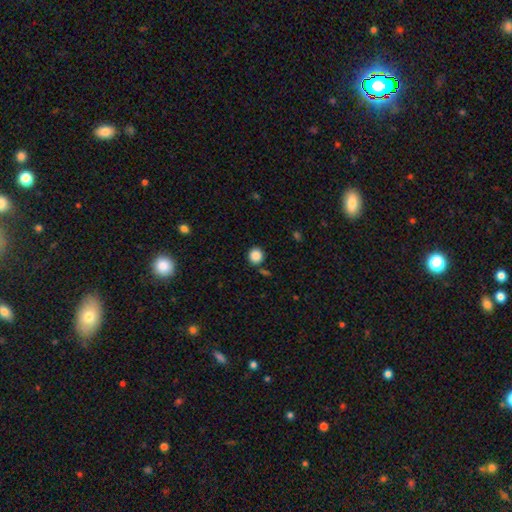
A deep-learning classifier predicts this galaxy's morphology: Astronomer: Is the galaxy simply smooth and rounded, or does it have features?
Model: smooth — 87%.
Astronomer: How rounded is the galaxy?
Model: round — 90%.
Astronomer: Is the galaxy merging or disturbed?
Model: none — 84%.